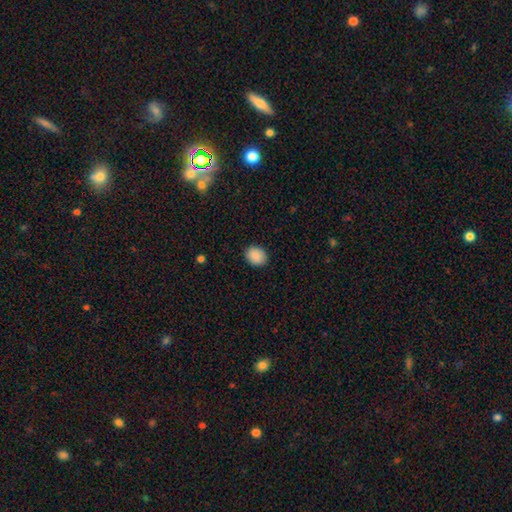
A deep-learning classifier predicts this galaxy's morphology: Smooth or featured?
  - smooth: 90% *
  - star or artifact: 8%
  - featured or disk: 3%
How rounded?
  - round: 54% *
  - in between: 46%
  - cigar-shaped: 1%
Merging?
  - none: 89% *
  - minor disturbance: 8%
  - major disturbance: 2%
  - merger: 1%